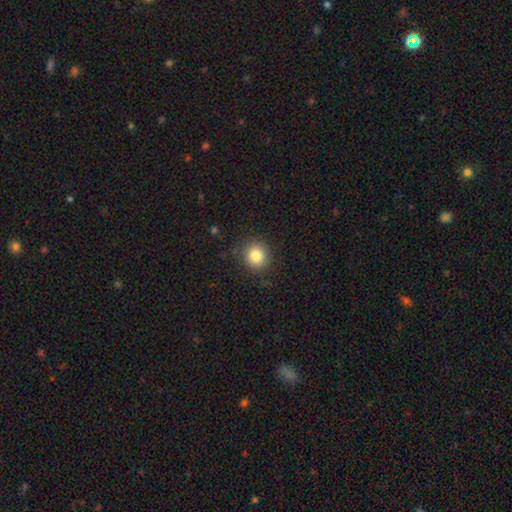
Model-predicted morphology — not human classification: This is clearly a smooth galaxy (83%). How rounded: clearly round (86%). Merging: clearly none (86%).